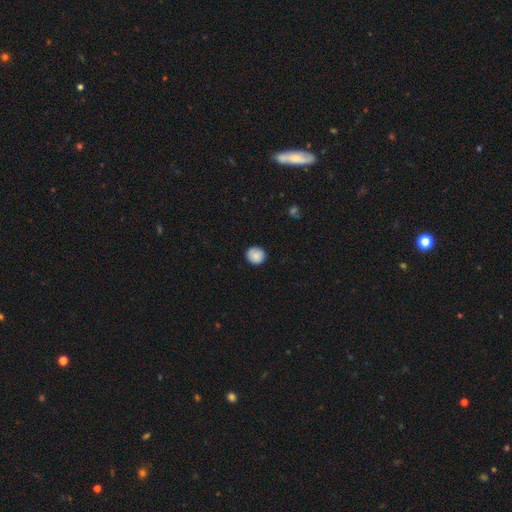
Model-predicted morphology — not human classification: Q: Smooth or featured?
A: smooth (86%); runner-up: star or artifact (8%)
Q: How rounded?
A: round (90%); runner-up: in between (9%)
Q: Merging?
A: none (88%); runner-up: minor disturbance (9%)